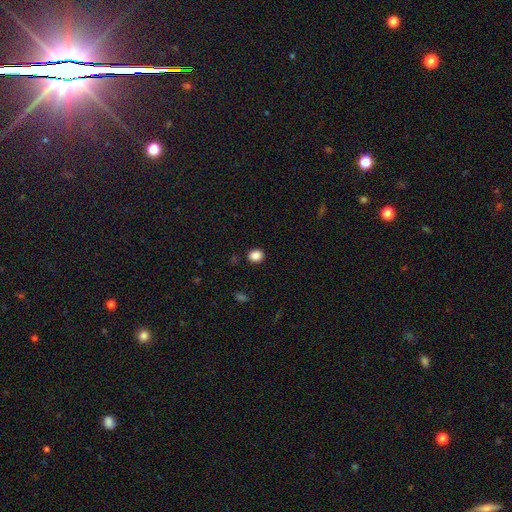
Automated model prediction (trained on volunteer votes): Smooth or featured? Predicted: smooth (p=0.87). How rounded? Predicted: round (p=0.73). Merging? Predicted: none (p=0.91).